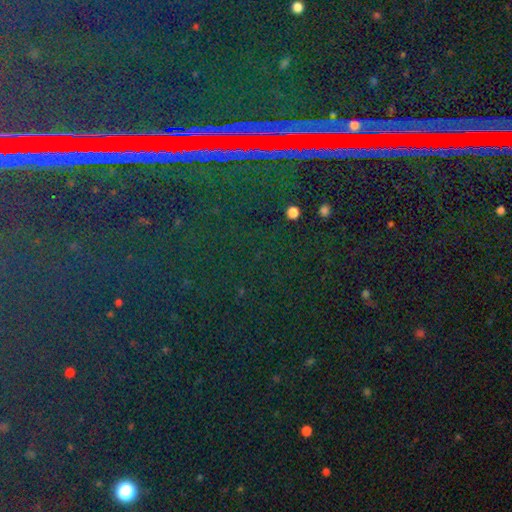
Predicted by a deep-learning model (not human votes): smooth_or_featured: star or artifact (p=0.87) [alt: featured or disk p=0.07]